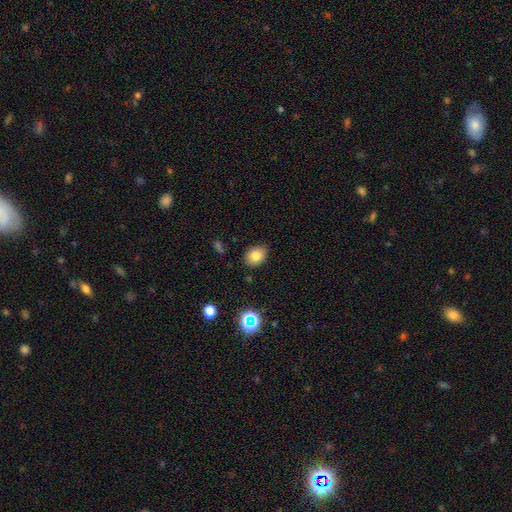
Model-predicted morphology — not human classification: Smooth or featured?
  - smooth: 80% *
  - star or artifact: 11%
  - featured or disk: 9%
How rounded?
  - in between: 61% *
  - round: 38%
  - cigar-shaped: 1%
Merging?
  - none: 85% *
  - minor disturbance: 11%
  - major disturbance: 3%
  - merger: 2%